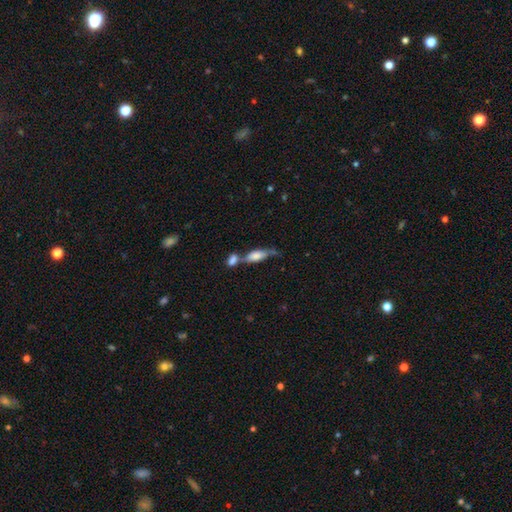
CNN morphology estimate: A smooth galaxy with no disk features (60%) that is in between round and cigar-shaped (62%).

Vote fractions:
- Smooth or featured? smooth: 60% / featured or disk: 30% / star or artifact: 10%
- How rounded? in between: 62% / cigar-shaped: 34% / round: 4%
- Merging? merger: 45% / none: 32% / minor disturbance: 14% / major disturbance: 8%